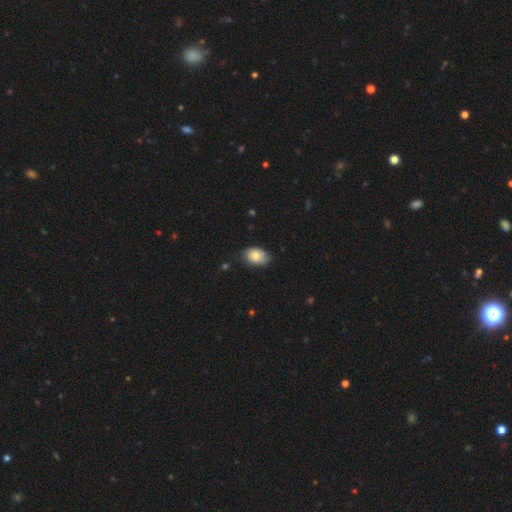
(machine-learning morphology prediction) This appears to be a smooth galaxy with no disk features (77%) that is in between round and cigar-shaped (86%). Merging: none (68%).